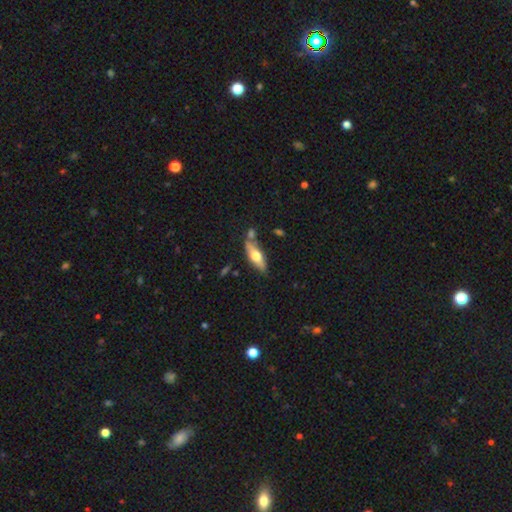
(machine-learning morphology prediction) type=featured or disk (51%); edge-on=yes (86%); merging=none (69%).